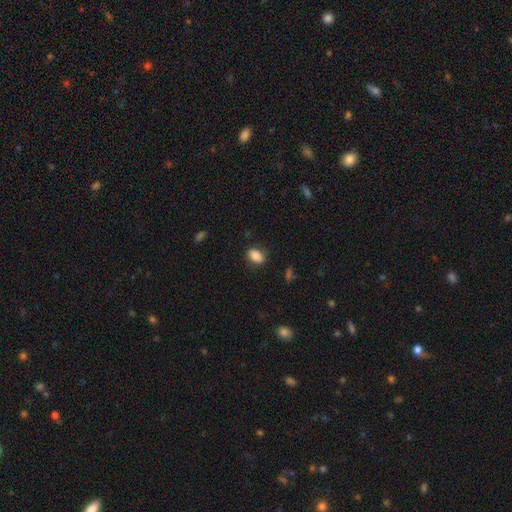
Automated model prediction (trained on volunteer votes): This is clearly a smooth galaxy (83%). How rounded: likely in between (79%). Merging: clearly none (80%).